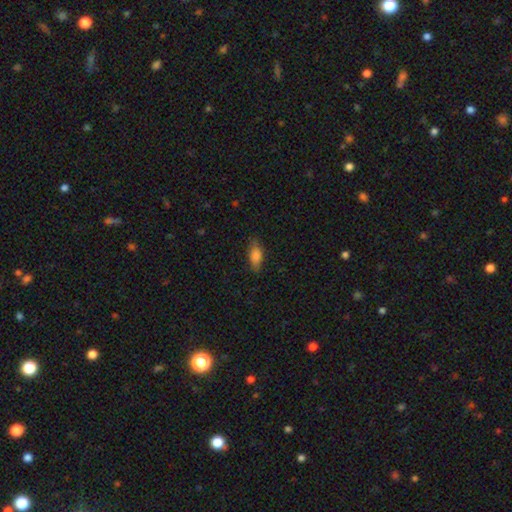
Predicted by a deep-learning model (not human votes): Smooth or featured? Predicted: smooth (p=0.81). How rounded? Predicted: in between (p=0.81). Merging? Predicted: none (p=0.77).